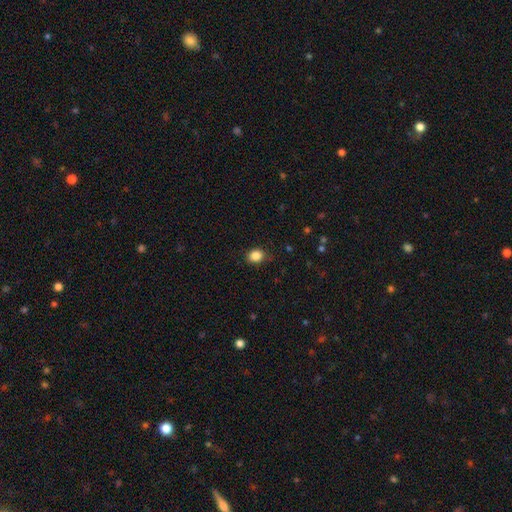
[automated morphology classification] Overall: smooth (86%). How rounded: round (63%; in between 37%). Merging: none (85%).